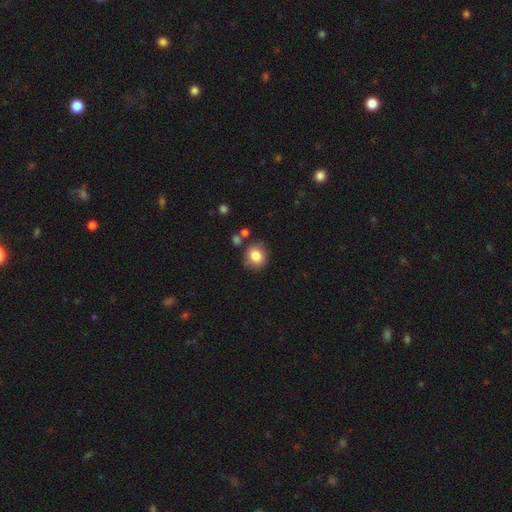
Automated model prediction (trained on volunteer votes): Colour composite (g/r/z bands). It shows a smooth galaxy with no disk features (82%) that is round (81%). Merging: none (78%).